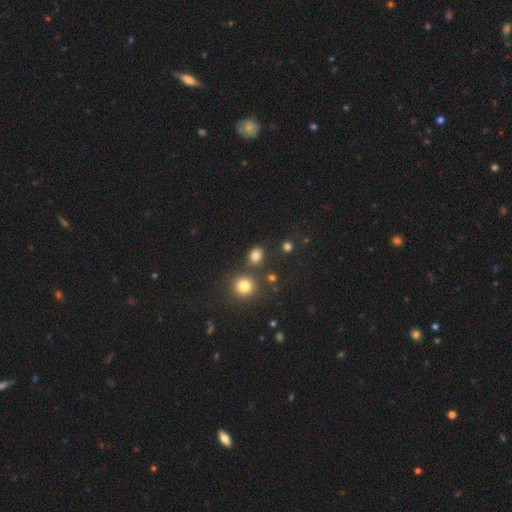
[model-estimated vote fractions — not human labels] Smooth or featured? Predicted: smooth (p=0.80). How rounded? Predicted: round (p=0.52). Merging? Predicted: none (p=0.78).